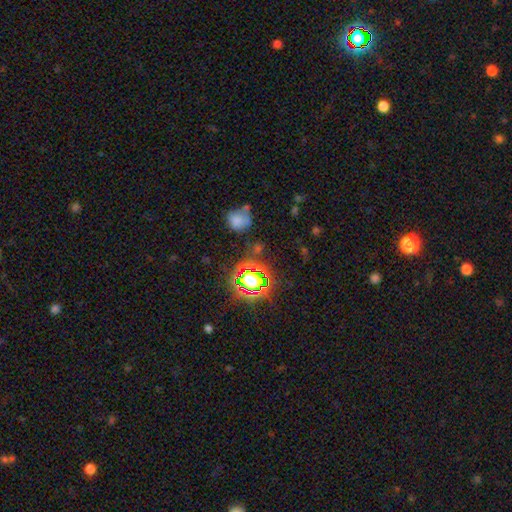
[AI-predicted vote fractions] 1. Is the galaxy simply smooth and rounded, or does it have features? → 72% star or artifact, 19% smooth, 9% featured or disk.